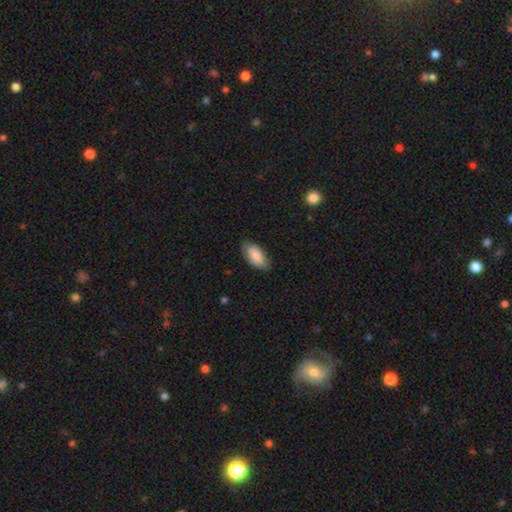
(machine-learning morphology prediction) Smooth or featured?
  - smooth: 77% *
  - featured or disk: 17%
  - star or artifact: 6%
How rounded?
  - in between: 93% *
  - cigar-shaped: 4%
  - round: 3%
Merging?
  - none: 80% *
  - minor disturbance: 17%
  - major disturbance: 3%
  - merger: 1%